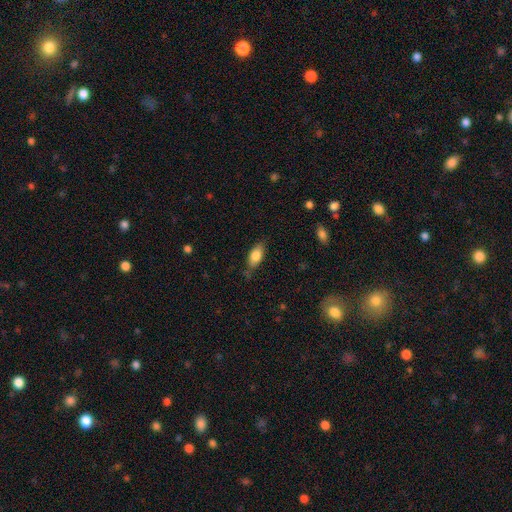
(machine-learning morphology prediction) A smooth galaxy with no disk features (78%) that is in between round and cigar-shaped (84%). Merging: none (67%).